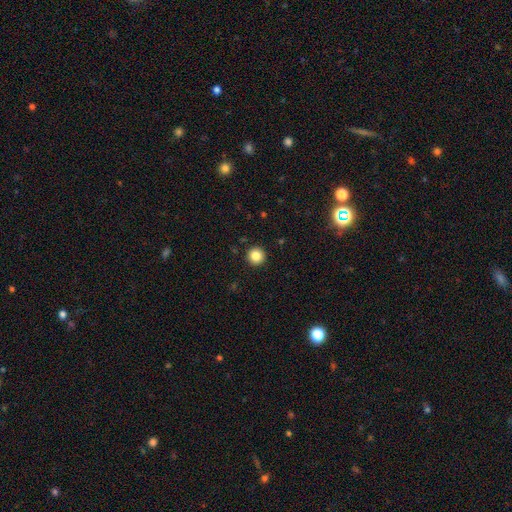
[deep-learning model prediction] smooth_or_featured: smooth (p=0.85) [alt: star or artifact p=0.10]
how_rounded: round (p=0.96) [alt: in between p=0.03]
merging: none (p=0.93) [alt: minor disturbance p=0.04]